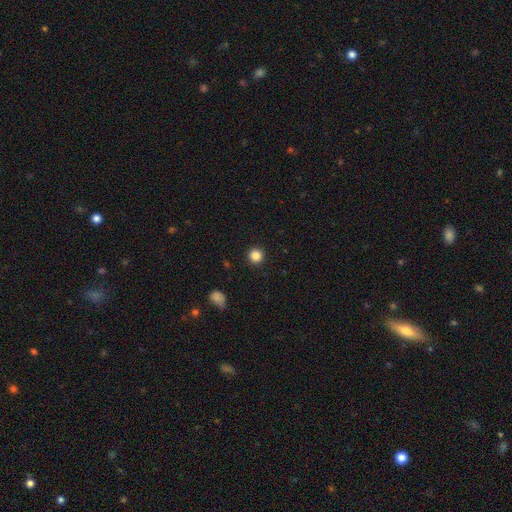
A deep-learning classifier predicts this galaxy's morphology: This is clearly a smooth galaxy (85%). How rounded: clearly round (95%). Merging: clearly none (92%).